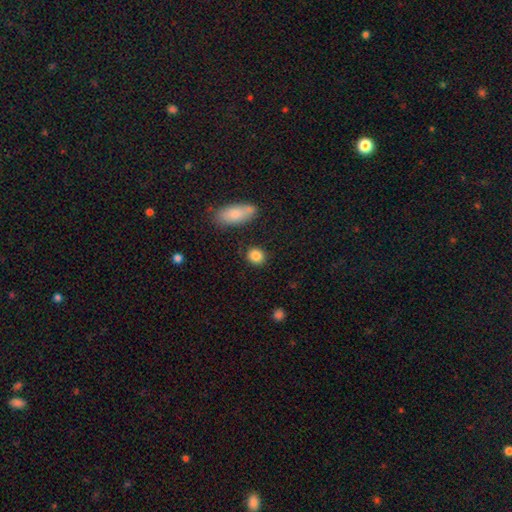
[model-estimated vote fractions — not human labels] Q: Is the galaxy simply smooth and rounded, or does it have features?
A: smooth — 86%.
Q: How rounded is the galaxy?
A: round — 77%.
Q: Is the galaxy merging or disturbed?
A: none — 85%.